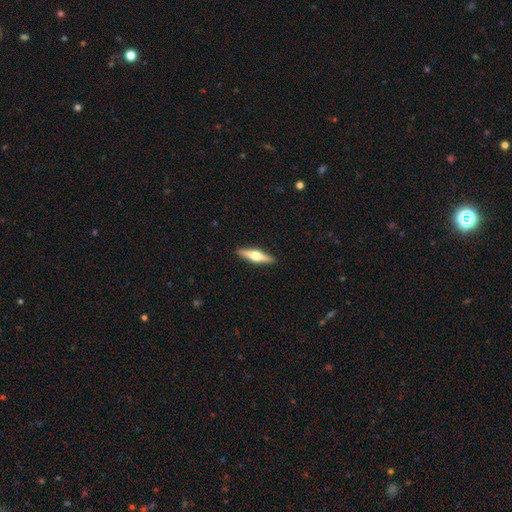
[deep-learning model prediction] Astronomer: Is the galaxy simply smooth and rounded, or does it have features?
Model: featured or disk — 63%.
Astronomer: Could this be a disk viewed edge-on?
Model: yes — 97%.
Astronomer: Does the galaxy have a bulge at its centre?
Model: rounded — 95%.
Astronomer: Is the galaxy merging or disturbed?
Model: none — 91%.